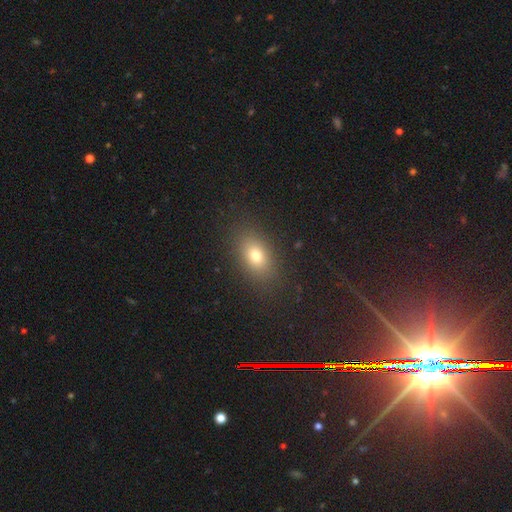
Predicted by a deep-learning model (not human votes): Morphology: type=smooth (75%); roundness=in between (80%); merging=none (86%).